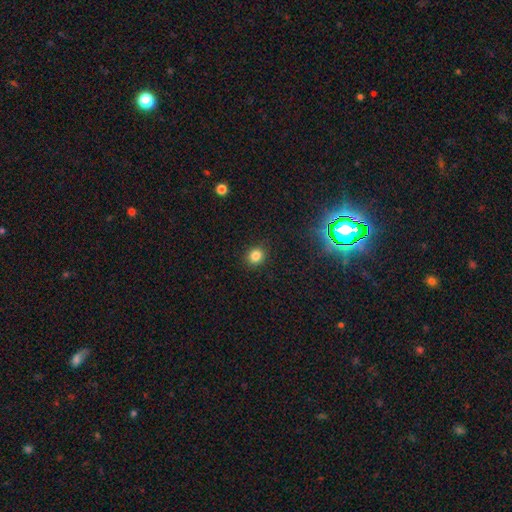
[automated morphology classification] Smooth or featured?
  - smooth: 82% *
  - star or artifact: 14%
  - featured or disk: 5%
How rounded?
  - round: 81% *
  - in between: 18%
  - cigar-shaped: 1%
Merging?
  - none: 90% *
  - minor disturbance: 7%
  - major disturbance: 2%
  - merger: 1%